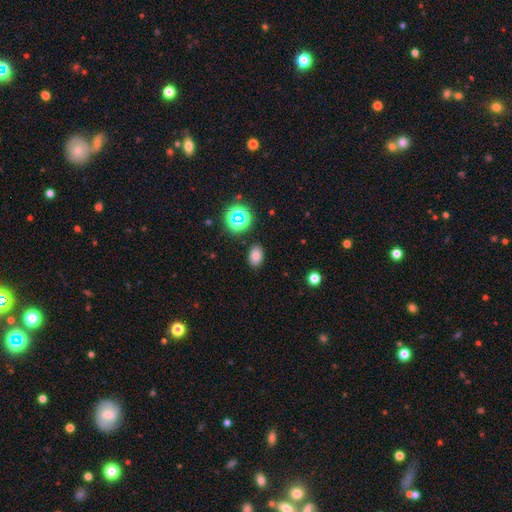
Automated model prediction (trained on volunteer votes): smooth 77%, star or artifact 16%, featured or disk 7%. Down the decision tree: how rounded — in between (82%); merging — none (86%).